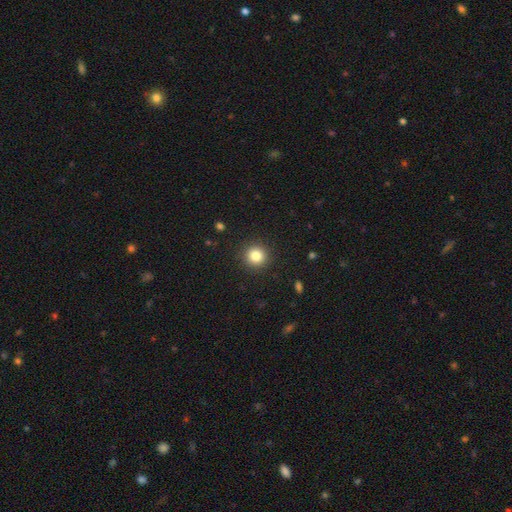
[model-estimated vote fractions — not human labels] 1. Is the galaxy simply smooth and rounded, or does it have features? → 83% smooth, 11% star or artifact, 6% featured or disk.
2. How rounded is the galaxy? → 94% round, 5% in between, 1% cigar-shaped.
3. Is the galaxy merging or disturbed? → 92% none, 5% minor disturbance, 2% major disturbance, 1% merger.